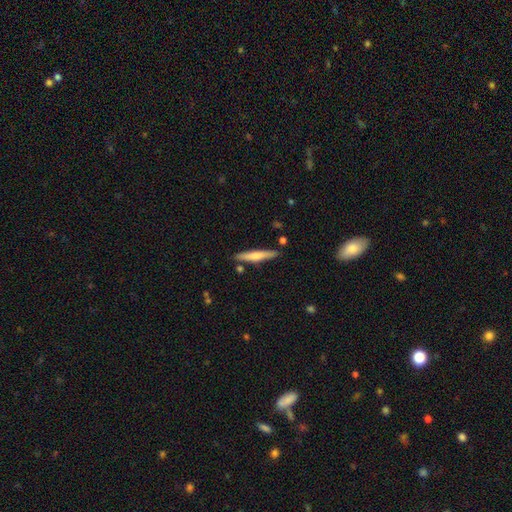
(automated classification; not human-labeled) Morphology: type=smooth (62%); roundness=cigar-shaped (91%); merging=none (84%).